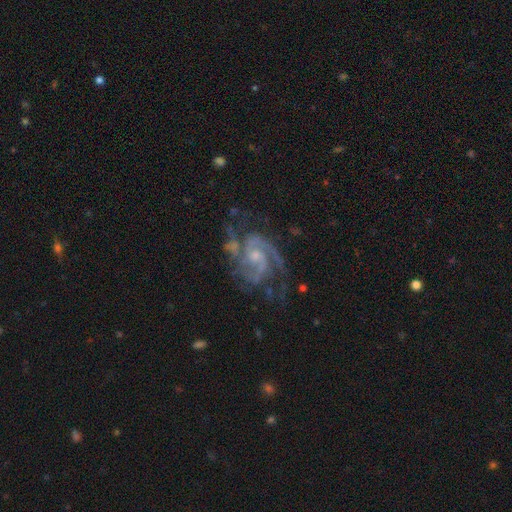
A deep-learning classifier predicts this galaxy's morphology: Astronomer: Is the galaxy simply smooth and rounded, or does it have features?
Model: featured or disk — 91%.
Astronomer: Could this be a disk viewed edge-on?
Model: no — 98%.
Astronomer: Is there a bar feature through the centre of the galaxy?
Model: no — 54% (runner-up: weak, 38%).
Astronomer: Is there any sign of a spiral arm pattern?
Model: yes — 98%.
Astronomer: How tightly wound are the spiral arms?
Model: medium — 49% (runner-up: tight, 41%).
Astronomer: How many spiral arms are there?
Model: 2 — 61%.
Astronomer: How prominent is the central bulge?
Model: small — 55% (runner-up: moderate, 35%).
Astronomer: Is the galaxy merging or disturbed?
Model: none — 60%.